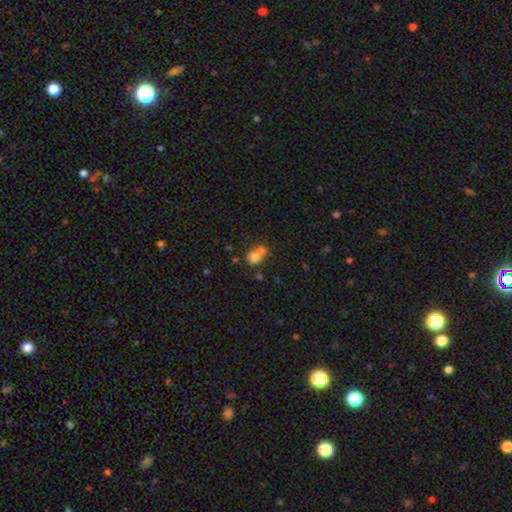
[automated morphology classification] type=smooth (74%); roundness=round (65%); merging=merger (56%).